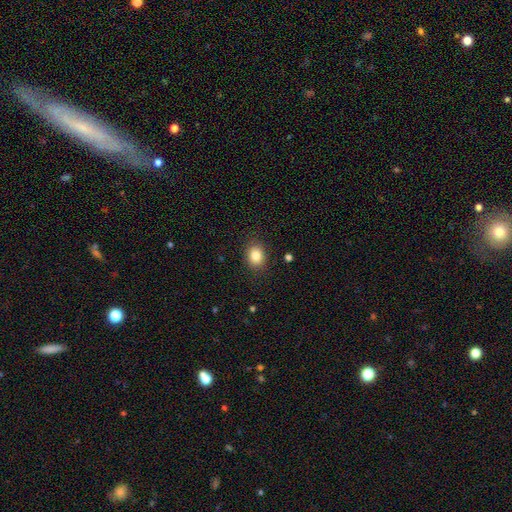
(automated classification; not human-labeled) smooth 84%, star or artifact 10%, featured or disk 6%. Down the decision tree: how rounded — in between (52%); merging — none (87%).